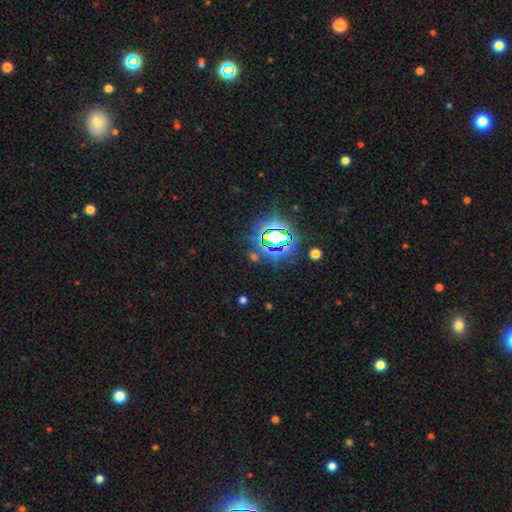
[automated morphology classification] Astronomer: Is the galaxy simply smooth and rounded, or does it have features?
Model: star or artifact — 76%.